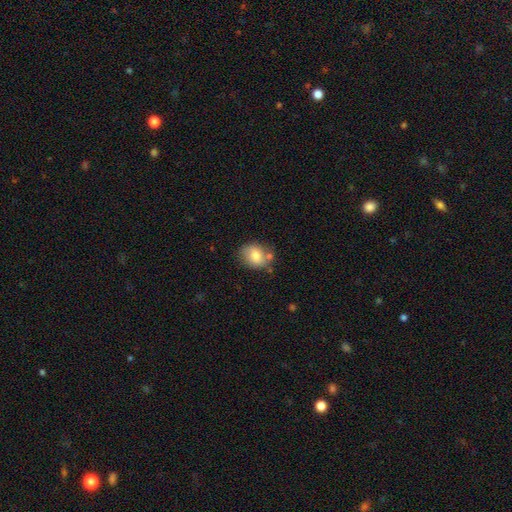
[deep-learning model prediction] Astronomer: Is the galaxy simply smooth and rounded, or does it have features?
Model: smooth — 74%.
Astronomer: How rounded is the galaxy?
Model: round — 50% (runner-up: in between, 49%).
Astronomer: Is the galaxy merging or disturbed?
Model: none — 63%.